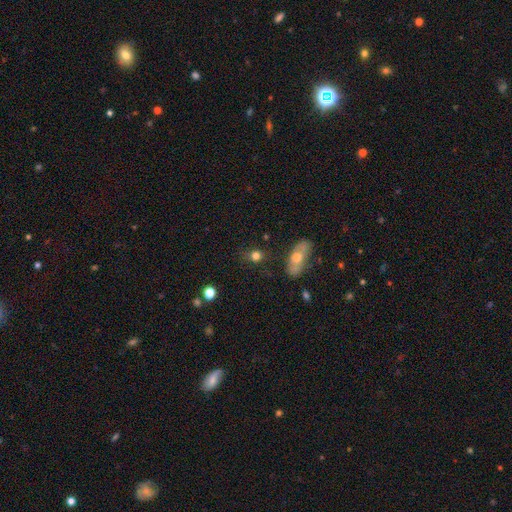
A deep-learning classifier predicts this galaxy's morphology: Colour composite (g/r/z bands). It shows a smooth galaxy with no disk features (75%) that is round (63%). Merging: none (74%).